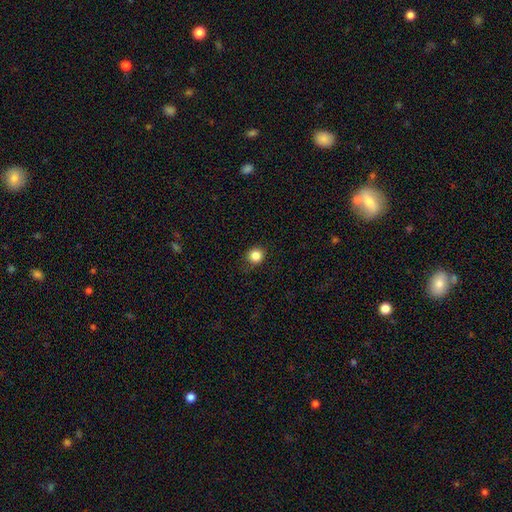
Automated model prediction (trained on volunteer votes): A smooth galaxy with no disk features (85%) that is round (90%). Merging: none (86%).